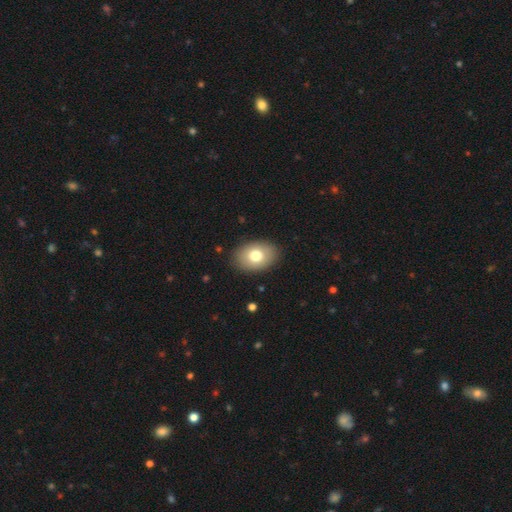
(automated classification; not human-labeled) Smooth or featured? smooth (76%)
How rounded? in between (81%)
Merging? none (87%)